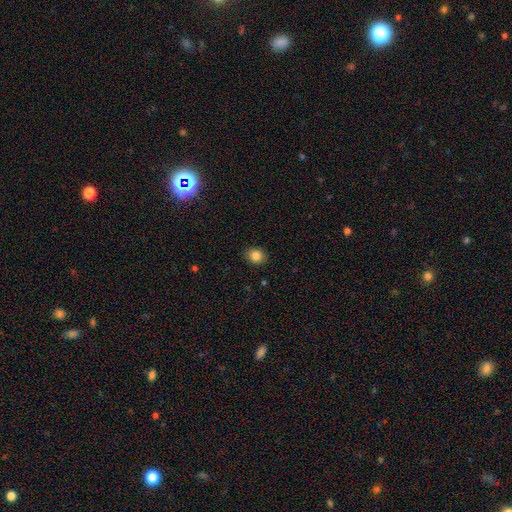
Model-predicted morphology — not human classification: This is clearly a smooth galaxy (85%). How rounded: likely round (63%). Merging: clearly none (89%).